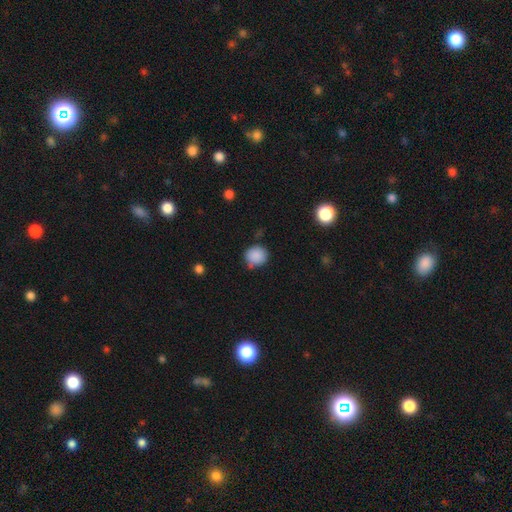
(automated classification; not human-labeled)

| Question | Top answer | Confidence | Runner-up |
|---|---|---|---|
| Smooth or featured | smooth | 87% | star or artifact (9%) |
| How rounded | round | 85% | in between (14%) |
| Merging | none | 70% | minor disturbance (19%) |